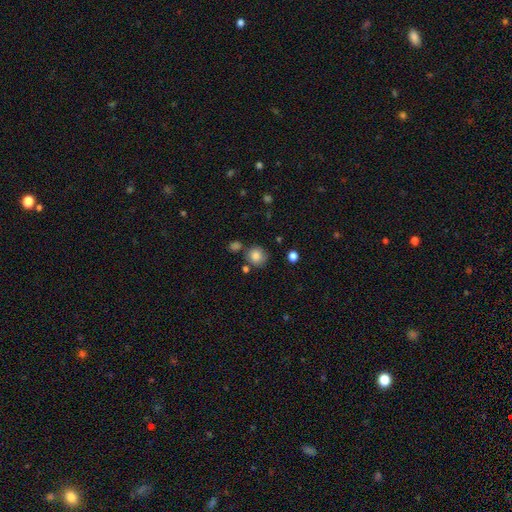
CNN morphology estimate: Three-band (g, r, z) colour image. It shows a smooth galaxy with no disk features (83%) that is round (89%). Merging: none (73%).